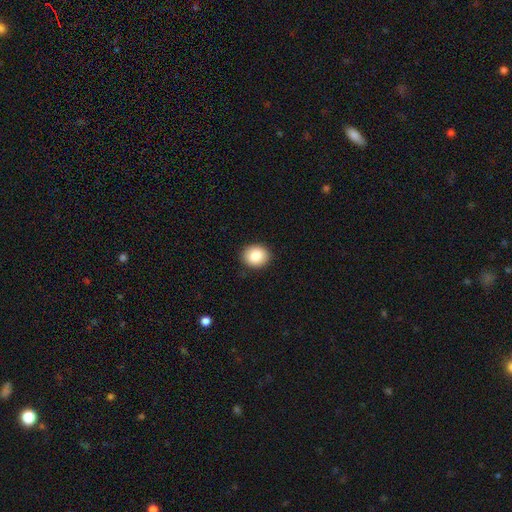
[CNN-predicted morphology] Smooth or featured? Predicted: smooth (p=0.85). How rounded? Predicted: round (p=0.72). Merging? Predicted: none (p=0.90).